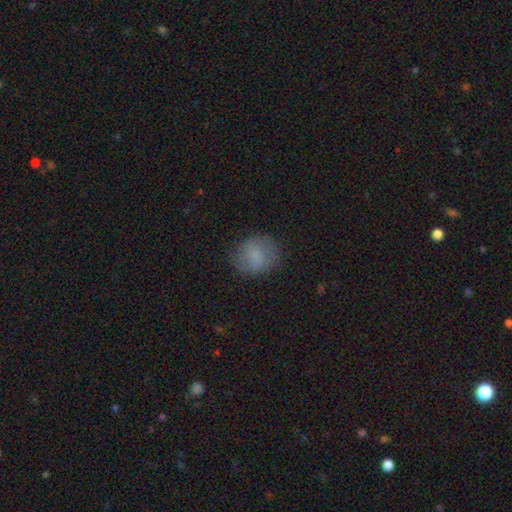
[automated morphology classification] Smooth or featured? smooth (74%)
How rounded? round (76%)
Merging? none (77%)